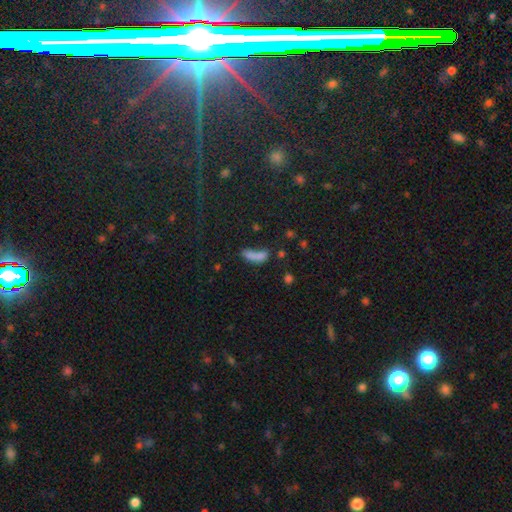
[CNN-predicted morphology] A smooth galaxy with no disk features (71%) that is in between round and cigar-shaped (58%). Merging: none (32%).